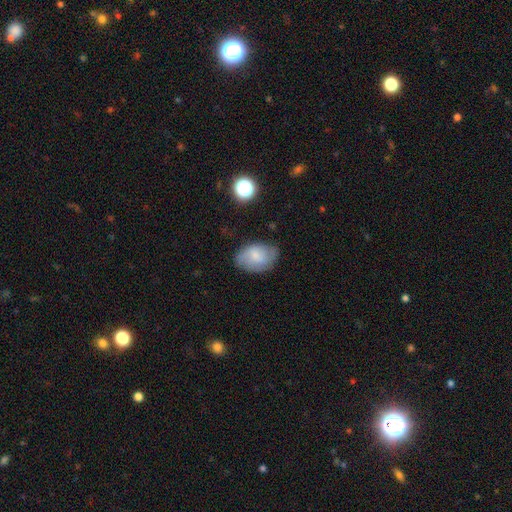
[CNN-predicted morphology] A smooth galaxy with no disk features (66%) that is in between round and cigar-shaped (85%). Merging: none (69%).